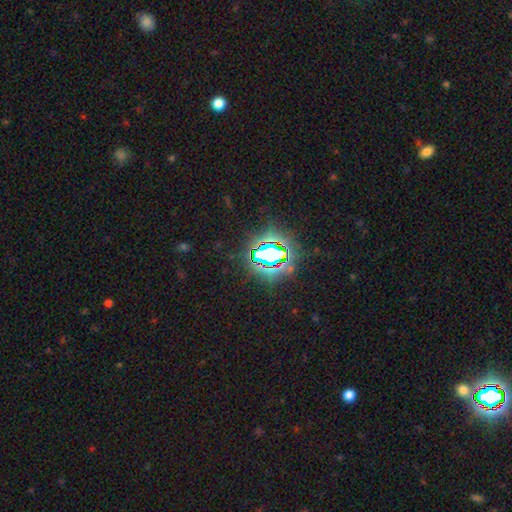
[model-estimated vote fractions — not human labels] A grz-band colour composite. It shows a star or artifact, not a galaxy (80%).